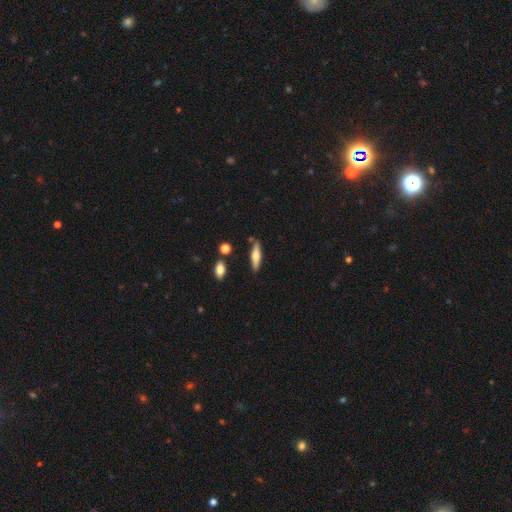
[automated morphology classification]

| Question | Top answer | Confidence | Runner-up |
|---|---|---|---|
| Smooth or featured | smooth | 49% | featured or disk (45%) |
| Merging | none | 79% | minor disturbance (13%) |